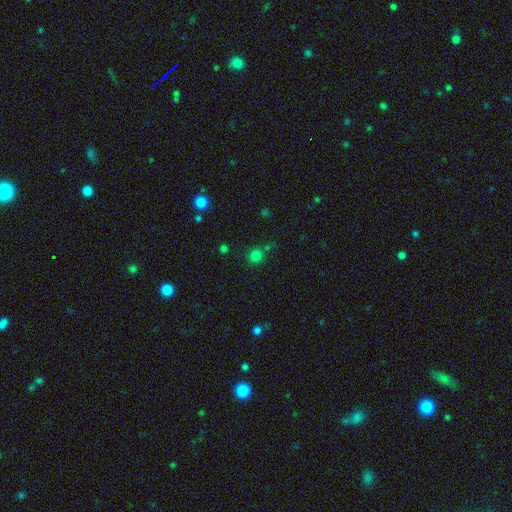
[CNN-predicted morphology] type=smooth (78%); roundness=round (92%); merging=none (76%).